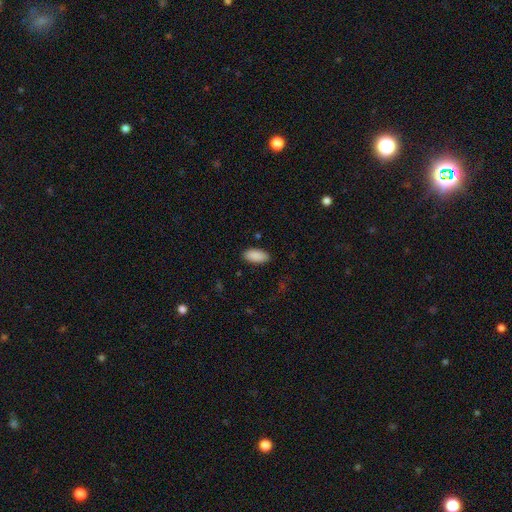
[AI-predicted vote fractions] smooth 91%, star or artifact 6%, featured or disk 3%. Down the decision tree: how rounded — in between (91%); merging — none (88%).